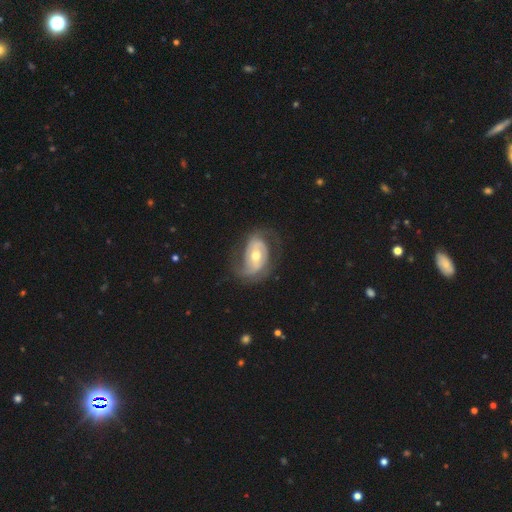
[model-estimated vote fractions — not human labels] Smooth or featured: featured or disk — 82% (smooth — 13%)
Edge-on disk: no — 97% (yes — 3%)
Bar: no — 44% (weak — 37%)
Spiral arms: yes — 92% (no — 8%)
Spiral winding: medium — 41% (tight — 36%)
Spiral arm count: 2 — 66% (can't tell — 14%)
Bulge size: moderate — 69% (small — 24%)
Merging: none — 63% (minor disturbance — 21%)